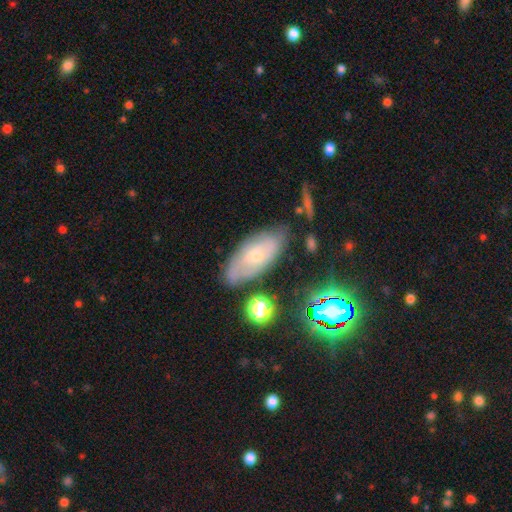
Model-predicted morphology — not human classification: Smooth or featured: featured or disk — 46% (smooth — 44%)
Merging: none — 69% (minor disturbance — 21%)